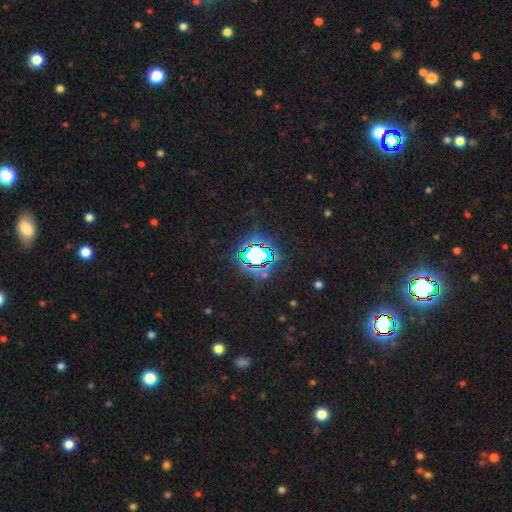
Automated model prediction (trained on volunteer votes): smooth-or-featured: star or artifact: 72% | smooth: 17% | featured or disk: 11%